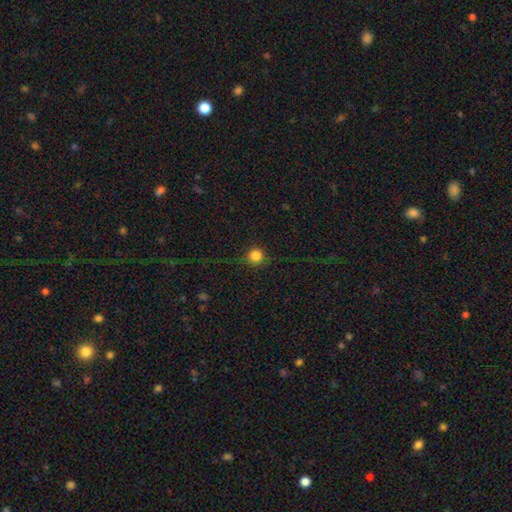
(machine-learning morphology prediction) The model was most divided on "smooth or featured": smooth: 83%, star or artifact: 12%, featured or disk: 4%. More confident: how rounded — round (94%); merging — none (86%).